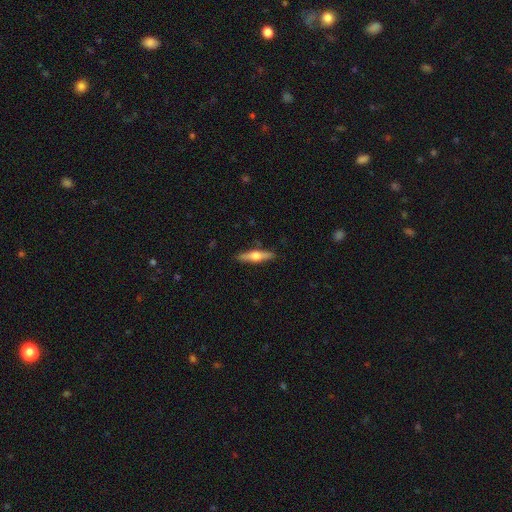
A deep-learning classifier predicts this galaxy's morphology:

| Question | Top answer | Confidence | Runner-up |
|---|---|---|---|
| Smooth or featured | featured or disk | 54% | smooth (40%) |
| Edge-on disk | yes | 94% | no (6%) |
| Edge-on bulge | rounded | 93% | boxy (4%) |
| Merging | none | 89% | minor disturbance (8%) |